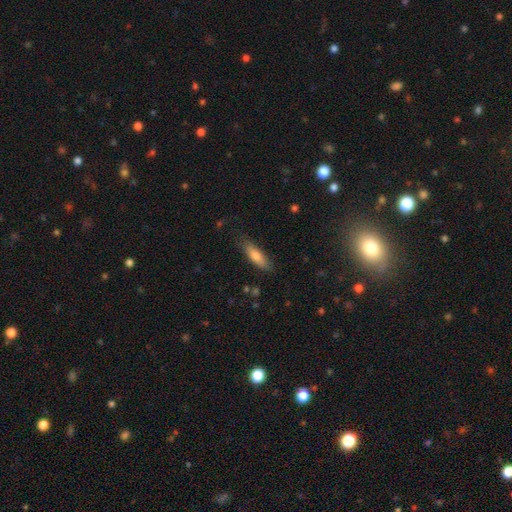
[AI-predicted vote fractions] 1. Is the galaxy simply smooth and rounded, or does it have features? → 77% smooth, 18% featured or disk, 6% star or artifact.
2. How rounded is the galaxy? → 53% cigar-shaped, 46% in between, 2% round.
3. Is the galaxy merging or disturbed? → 79% none, 16% minor disturbance, 4% major disturbance, 1% merger.